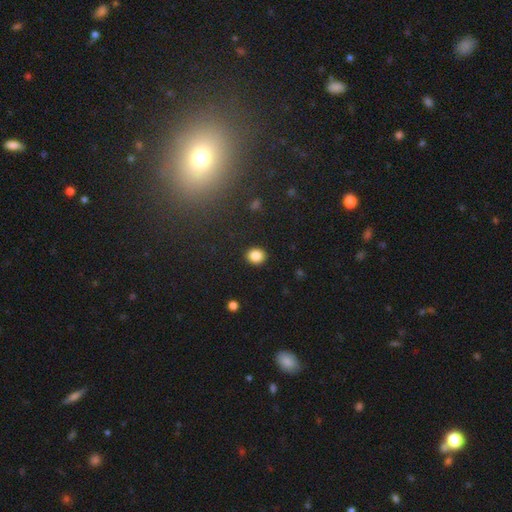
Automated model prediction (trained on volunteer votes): smooth 85%, star or artifact 10%, featured or disk 5%. Down the decision tree: how rounded — round (72%); merging — none (91%).